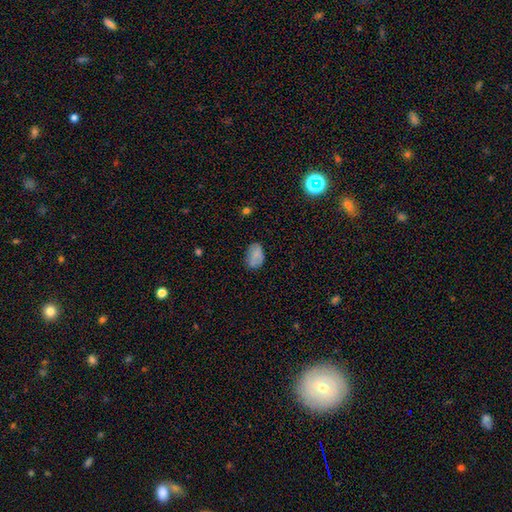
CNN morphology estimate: smooth-or-featured: smooth: 75% | featured or disk: 14% | star or artifact: 11%
  how-rounded: in between: 87% | round: 11% | cigar-shaped: 1%
  merging: none: 73% | minor disturbance: 20% | major disturbance: 5% | merger: 2%